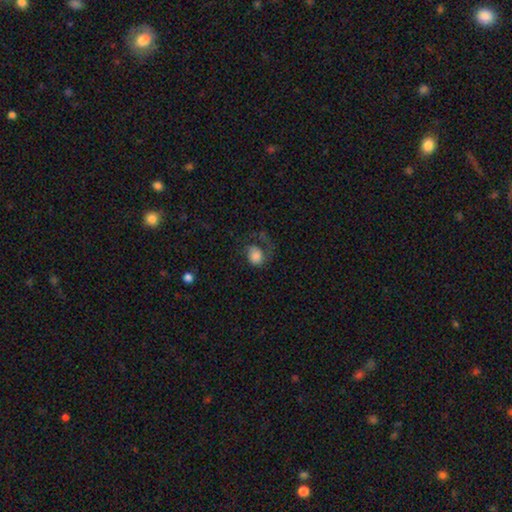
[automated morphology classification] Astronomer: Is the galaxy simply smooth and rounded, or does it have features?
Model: smooth — 64%.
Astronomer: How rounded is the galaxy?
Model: round — 50% (runner-up: in between, 49%).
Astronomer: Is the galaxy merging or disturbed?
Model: major disturbance — 44% (runner-up: none, 33%).